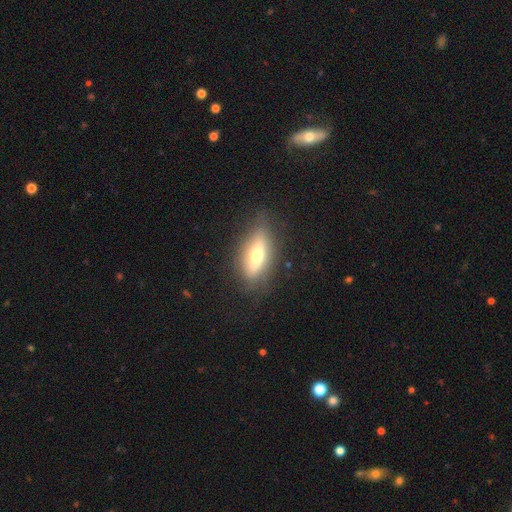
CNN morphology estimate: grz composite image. It shows a smooth galaxy with no disk features (52%) that is in between round and cigar-shaped (64%). Merging: none (77%).